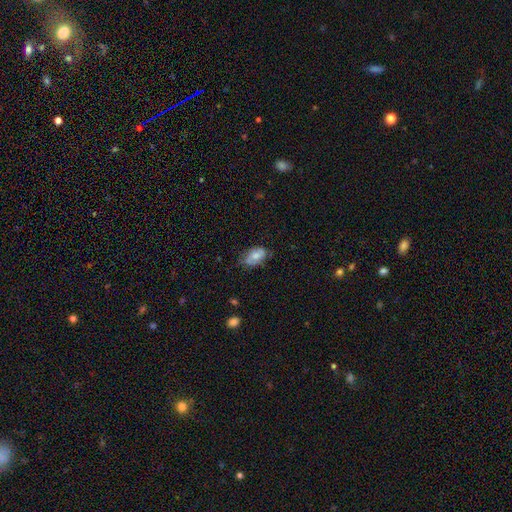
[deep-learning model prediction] smooth 63%, featured or disk 30%, star or artifact 7%. Down the decision tree: how rounded — in between (91%); merging — none (63%).